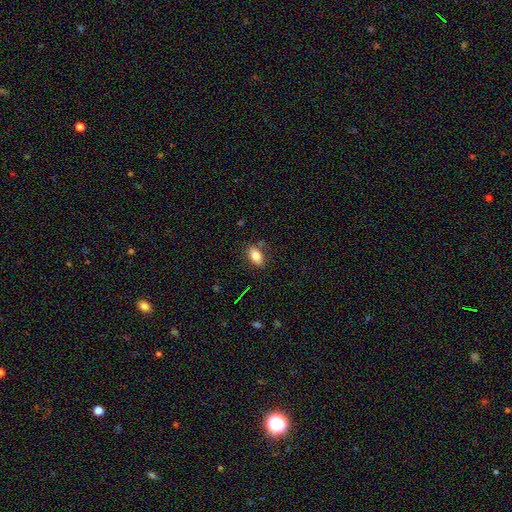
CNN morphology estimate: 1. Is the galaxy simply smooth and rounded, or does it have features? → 82% smooth, 10% featured or disk, 9% star or artifact.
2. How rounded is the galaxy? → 90% in between, 6% round, 3% cigar-shaped.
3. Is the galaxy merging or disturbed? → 79% none, 14% minor disturbance, 4% merger, 4% major disturbance.